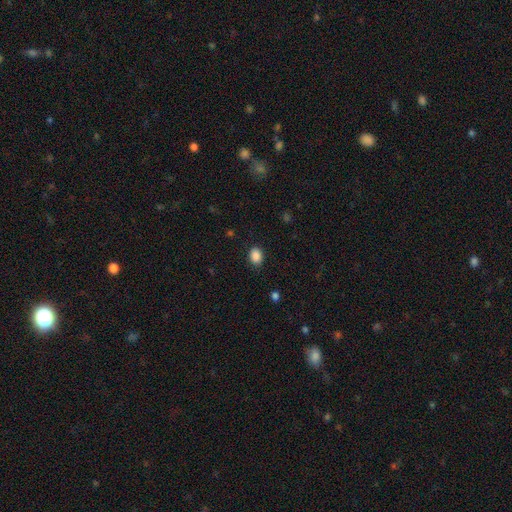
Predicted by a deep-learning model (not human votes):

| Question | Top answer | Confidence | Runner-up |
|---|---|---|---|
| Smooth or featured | smooth | 88% | star or artifact (8%) |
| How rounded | in between | 70% | round (29%) |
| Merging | none | 87% | minor disturbance (10%) |